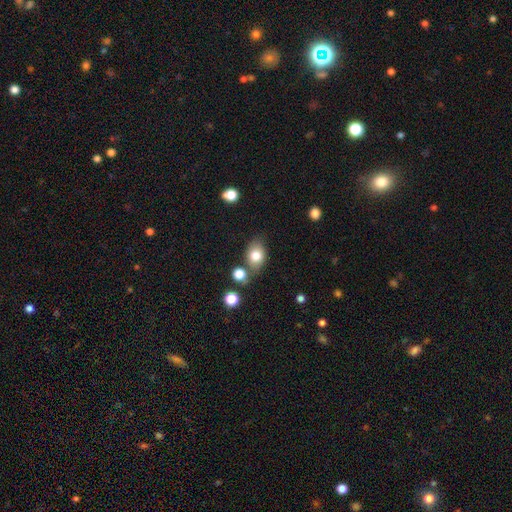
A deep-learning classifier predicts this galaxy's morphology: Smooth or featured?
  - smooth: 79% *
  - featured or disk: 12%
  - star or artifact: 9%
How rounded?
  - in between: 74% *
  - round: 25%
  - cigar-shaped: 1%
Merging?
  - none: 69% *
  - minor disturbance: 16%
  - merger: 11%
  - major disturbance: 5%